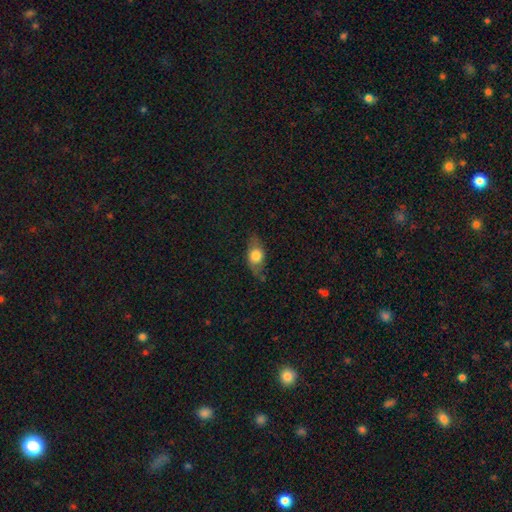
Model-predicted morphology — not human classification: Overall: smooth (66%). How rounded: in between (73%). Merging: none (69%).